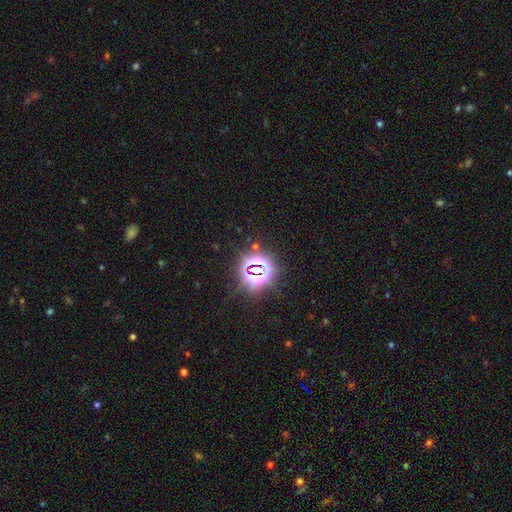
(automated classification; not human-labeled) Smooth or featured?
  - star or artifact: 80% *
  - smooth: 13%
  - featured or disk: 8%